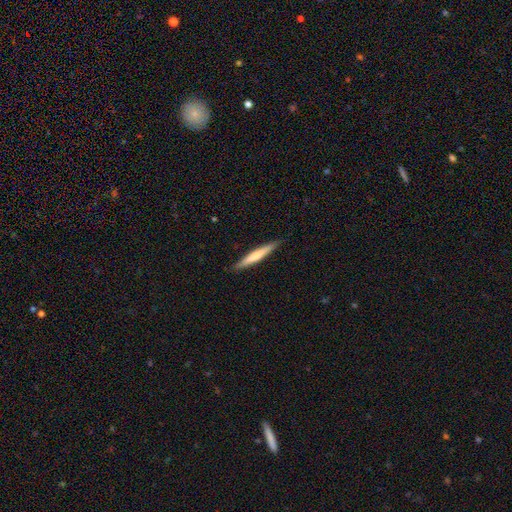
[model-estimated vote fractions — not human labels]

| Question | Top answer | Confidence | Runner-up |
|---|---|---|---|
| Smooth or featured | smooth | 59% | featured or disk (36%) |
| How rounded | cigar-shaped | 95% | in between (4%) |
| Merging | none | 89% | minor disturbance (8%) |